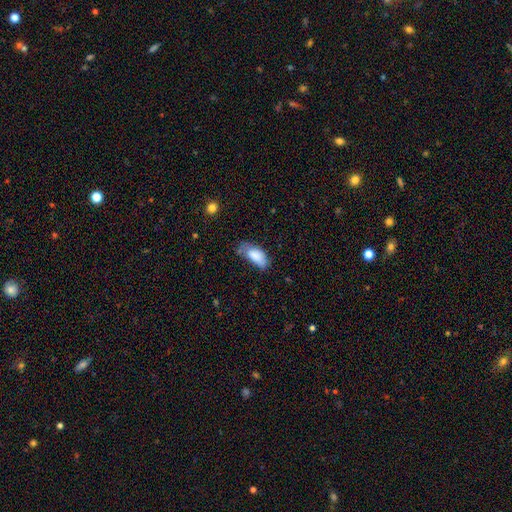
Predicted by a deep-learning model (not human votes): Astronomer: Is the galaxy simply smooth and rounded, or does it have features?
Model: smooth — 82%.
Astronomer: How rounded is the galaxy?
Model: in between — 91%.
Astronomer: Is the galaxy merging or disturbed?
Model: minor disturbance — 41% (runner-up: none, 37%).